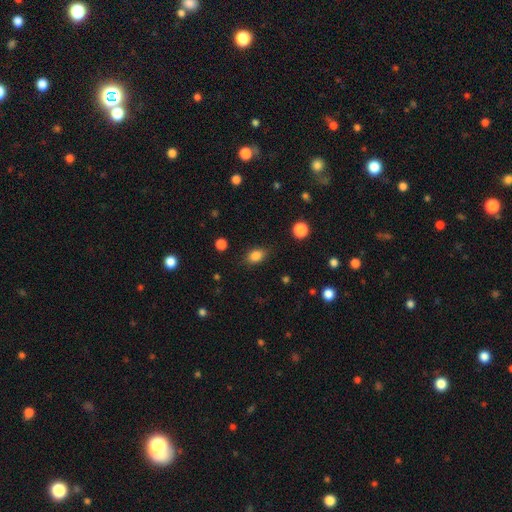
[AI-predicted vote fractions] smooth-or-featured: smooth: 84% | star or artifact: 10% | featured or disk: 6%
  how-rounded: in between: 78% | round: 20% | cigar-shaped: 2%
  merging: none: 81% | minor disturbance: 14% | major disturbance: 4% | merger: 1%